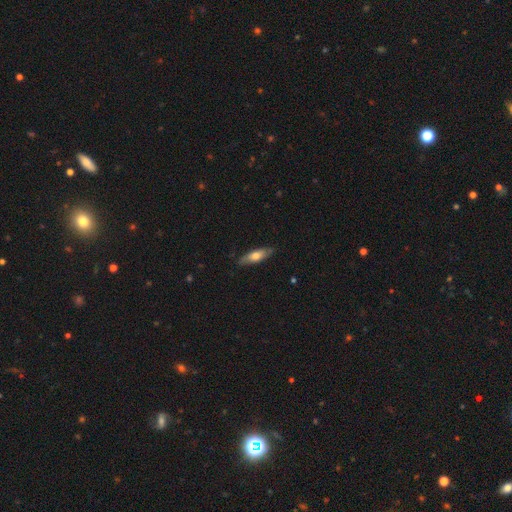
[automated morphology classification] type=smooth (60%); roundness=cigar-shaped (54%); merging=none (84%).